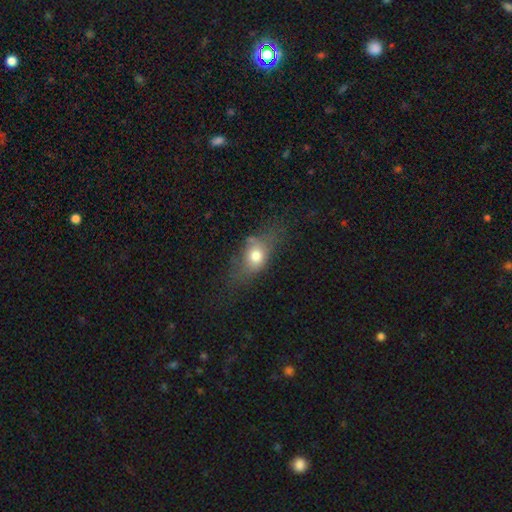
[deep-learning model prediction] Overall: smooth (69%). How rounded: in between (65%; round 31%). Merging: none (43%; minor disturbance 29%).